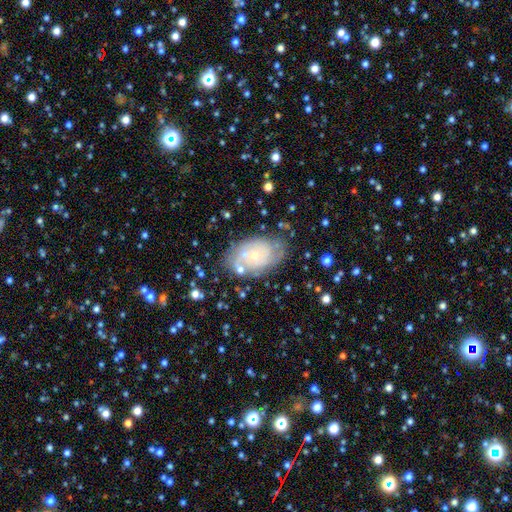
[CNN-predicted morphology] Smooth or featured? Predicted: featured or disk (p=0.65). Edge-on disk? Predicted: no (p=0.95). Bar? Predicted: no (p=0.83). Spiral arms? Predicted: yes (p=0.72). Bulge size? Predicted: small (p=0.73). Merging? Predicted: none (p=0.66).